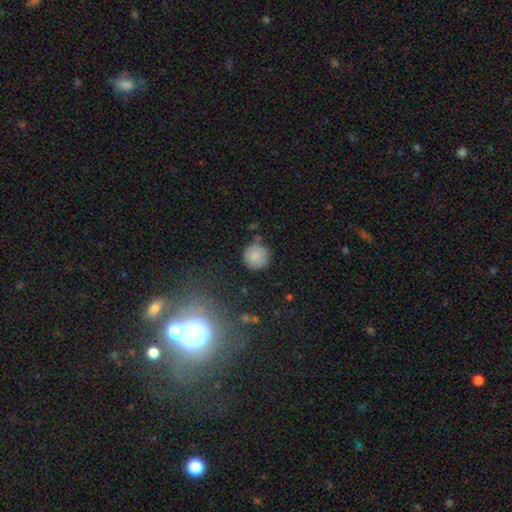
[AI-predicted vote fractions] Overall: smooth (83%). How rounded: round (95%). Merging: none (79%).